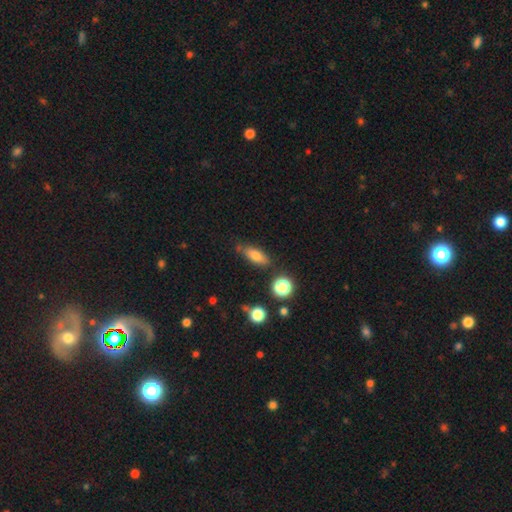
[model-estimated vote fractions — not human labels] Smooth or featured?
  - smooth: 72% *
  - featured or disk: 18%
  - star or artifact: 10%
How rounded?
  - in between: 68% *
  - cigar-shaped: 26%
  - round: 6%
Merging?
  - none: 73% *
  - minor disturbance: 16%
  - merger: 6%
  - major disturbance: 4%